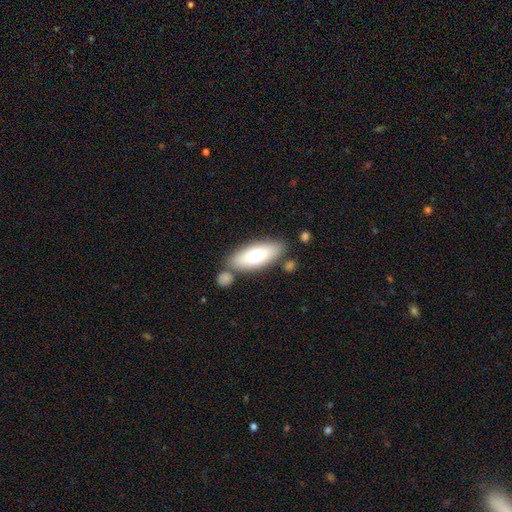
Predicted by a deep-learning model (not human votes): A smooth galaxy with no disk features (68%) that is in between round and cigar-shaped (76%).

Vote fractions:
- Smooth or featured? smooth: 68% / featured or disk: 26% / star or artifact: 6%
- How rounded? in between: 76% / cigar-shaped: 21% / round: 3%
- Merging? none: 75% / minor disturbance: 12% / merger: 10% / major disturbance: 3%